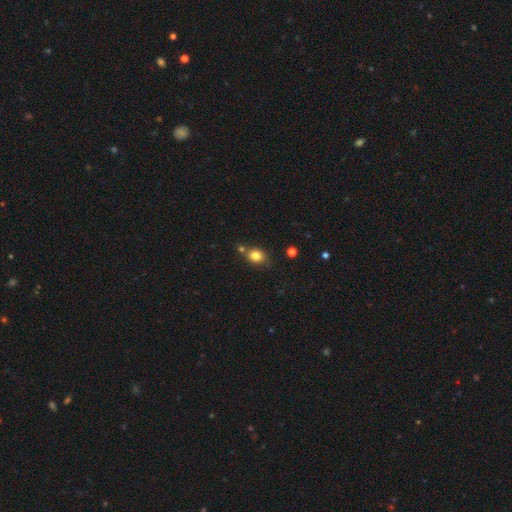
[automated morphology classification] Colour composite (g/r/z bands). It shows a smooth galaxy with no disk features (81%) that is round (57%). Merging: none (70%).